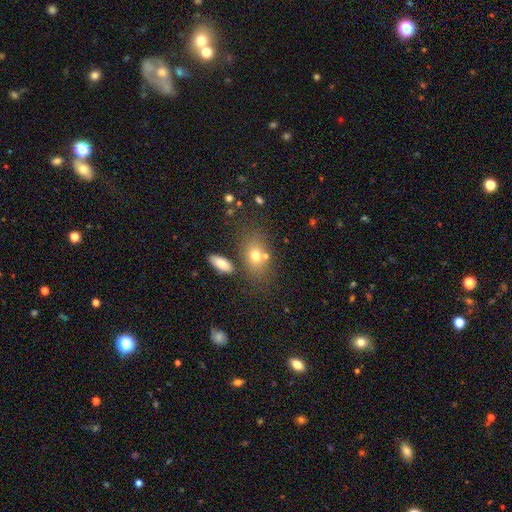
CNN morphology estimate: Smooth or featured: smooth — 67% (featured or disk — 19%)
How rounded: in between — 72% (round — 25%)
Merging: none — 55% (merger — 24%)